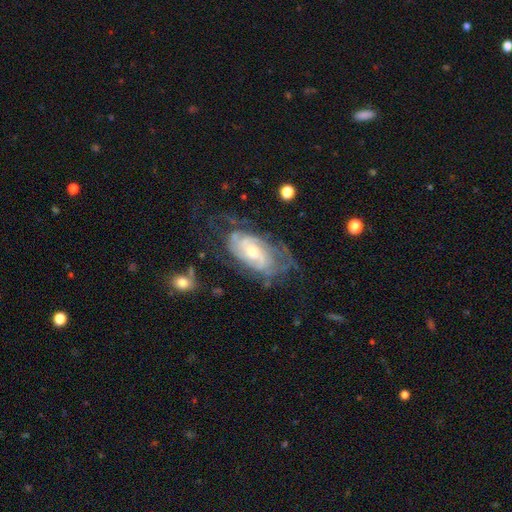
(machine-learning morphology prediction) This is clearly a featured or disk galaxy (82%). It is clearly not viewed edge-on (95%). Bar: possibly no (60%). Spiral arm pattern: clearly yes (91%). Spiral arm count: marginally can't tell (39%). Spiral winding: possibly tight (54%). Central bulge: possibly moderate (54%). Merging: possibly none (55%).